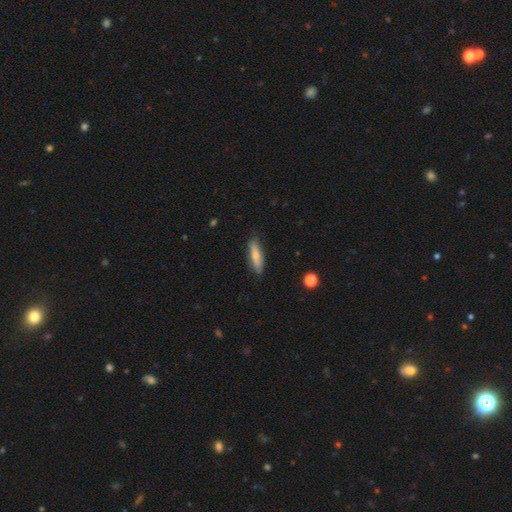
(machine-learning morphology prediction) type=smooth (71%); roundness=cigar-shaped (65%); merging=none (84%).